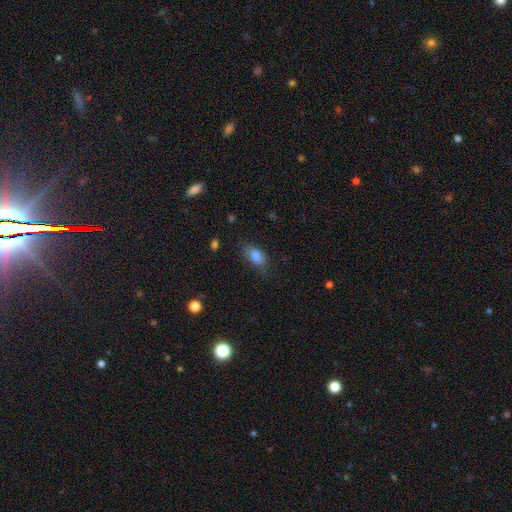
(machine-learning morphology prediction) Q: Smooth or featured?
A: smooth (81%); runner-up: featured or disk (11%)
Q: How rounded?
A: in between (86%); runner-up: cigar-shaped (8%)
Q: Merging?
A: none (72%); runner-up: minor disturbance (20%)